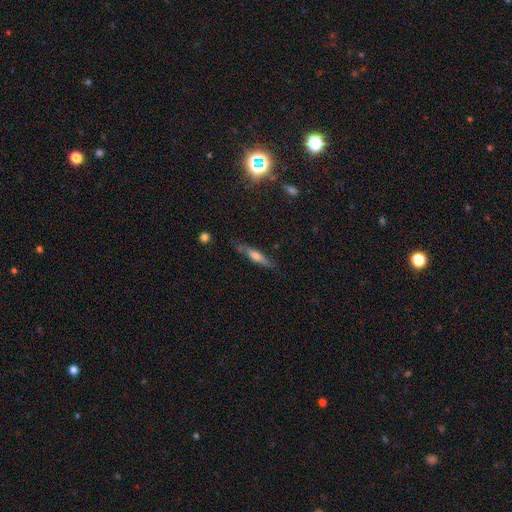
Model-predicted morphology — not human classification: smooth-or-featured: featured or disk: 46% | smooth: 45% | star or artifact: 8%
  merging: none: 77% | minor disturbance: 17% | major disturbance: 4% | merger: 3%